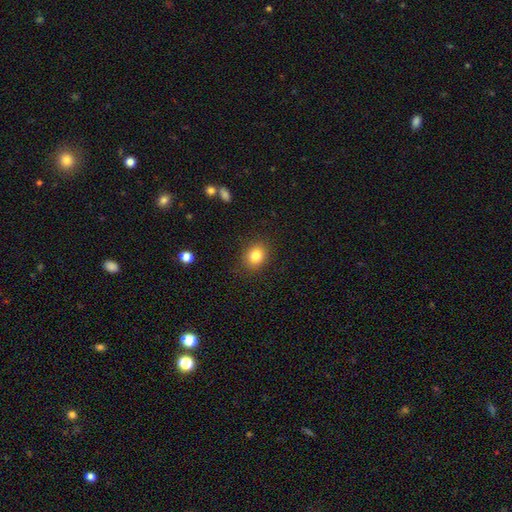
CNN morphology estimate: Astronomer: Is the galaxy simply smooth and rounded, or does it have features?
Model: smooth — 83%.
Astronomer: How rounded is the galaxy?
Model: round — 59% (runner-up: in between, 40%).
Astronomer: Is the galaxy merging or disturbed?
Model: none — 87%.